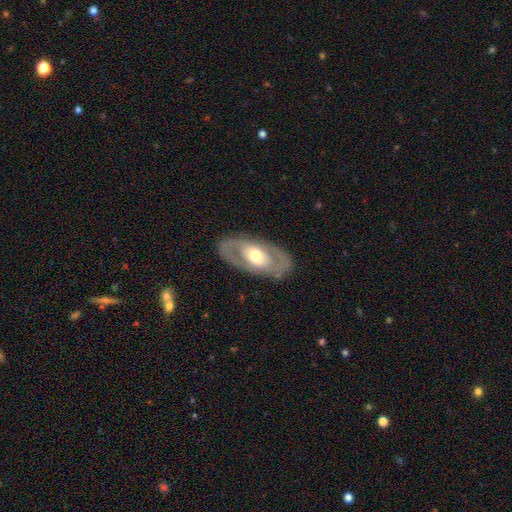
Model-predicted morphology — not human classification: smooth_or_featured: featured or disk (p=0.67) [alt: smooth p=0.29]
disk_edge_on: no (p=0.88) [alt: yes p=0.12]
bar: no (p=0.67) [alt: weak p=0.22]
has_spiral_arms: no (p=0.62) [alt: yes p=0.38]
bulge_size: moderate (p=0.64) [alt: small p=0.18]
merging: none (p=0.84) [alt: minor disturbance p=0.10]